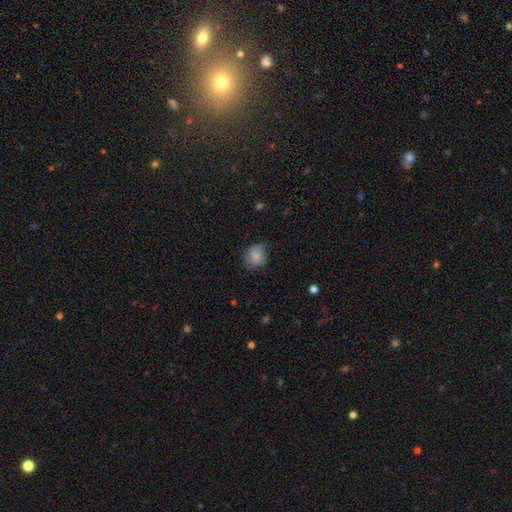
smooth-or-featured: smooth: 82% | featured or disk: 16% | star or artifact: 3%
  how-rounded: round: 90% | in between: 10% | cigar-shaped: 0%
  merging: none: 68% | minor disturbance: 27% | major disturbance: 5% | merger: 0%